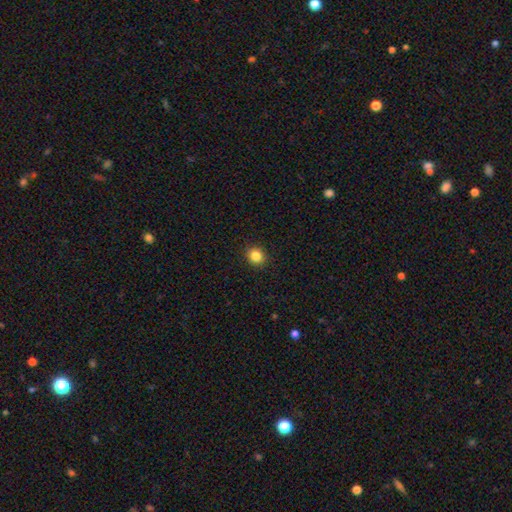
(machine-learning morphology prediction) A smooth galaxy with no disk features (84%) that is round (79%).

Vote fractions:
- Smooth or featured? smooth: 84% / star or artifact: 11% / featured or disk: 5%
- How rounded? round: 79% / in between: 20% / cigar-shaped: 1%
- Merging? none: 92% / minor disturbance: 5% / major disturbance: 2% / merger: 1%